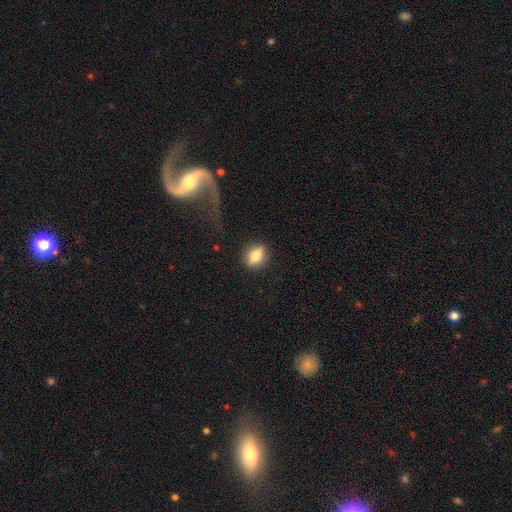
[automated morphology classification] type=smooth (69%); roundness=in between (61%); merging=none (86%).